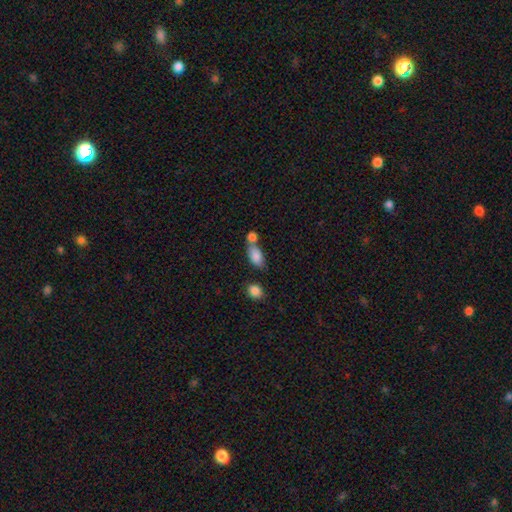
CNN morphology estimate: This appears to be a smooth galaxy with no disk features (83%) that is in between round and cigar-shaped (86%). Merging: merger (43%).